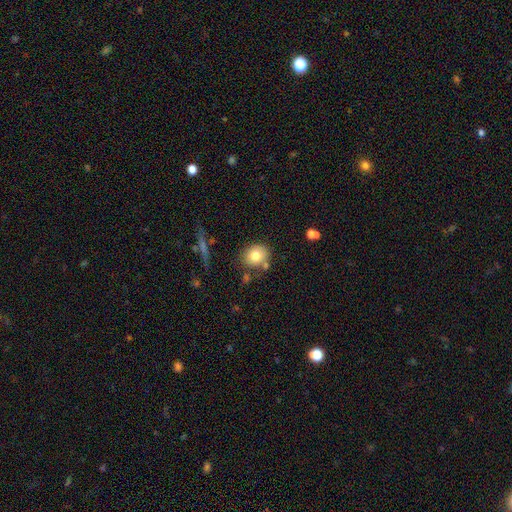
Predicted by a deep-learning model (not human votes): smooth_or_featured: smooth (p=0.77) [alt: featured or disk p=0.13]
how_rounded: round (p=0.73) [alt: in between p=0.26]
merging: none (p=0.72) [alt: minor disturbance p=0.14]